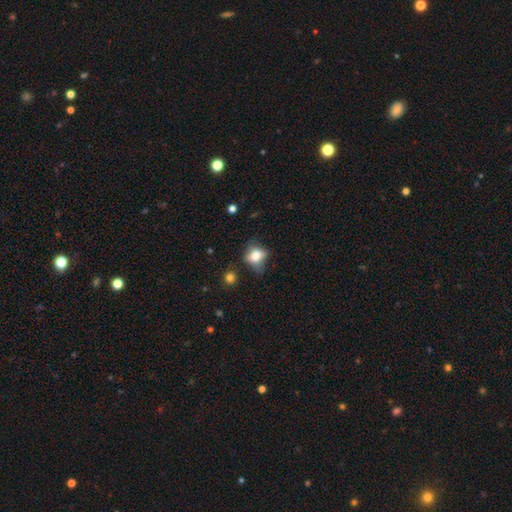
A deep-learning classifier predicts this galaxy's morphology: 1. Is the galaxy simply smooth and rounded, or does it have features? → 71% smooth, 18% featured or disk, 11% star or artifact.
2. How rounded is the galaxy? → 53% in between, 45% round, 2% cigar-shaped.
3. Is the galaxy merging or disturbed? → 49% none, 31% minor disturbance, 16% major disturbance, 5% merger.